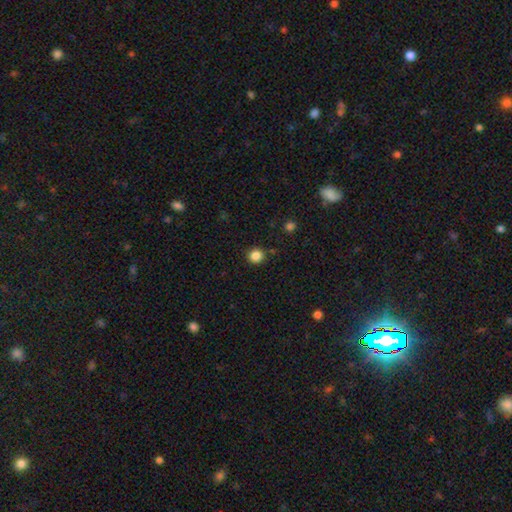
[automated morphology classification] smooth_or_featured: smooth (p=0.85) [alt: star or artifact p=0.11]
how_rounded: round (p=0.93) [alt: in between p=0.06]
merging: none (p=0.89) [alt: minor disturbance p=0.06]